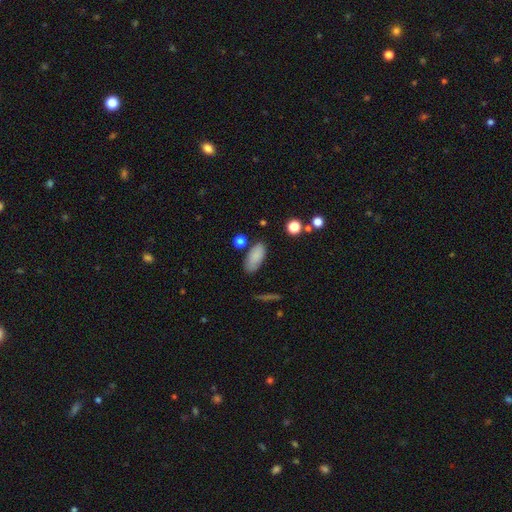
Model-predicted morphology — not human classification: A smooth galaxy with no disk features (86%) that is in between round and cigar-shaped (88%).

Vote fractions:
- Smooth or featured? smooth: 86% / star or artifact: 7% / featured or disk: 7%
- How rounded? in between: 88% / cigar-shaped: 9% / round: 3%
- Merging? none: 78% / minor disturbance: 14% / merger: 4% / major disturbance: 3%